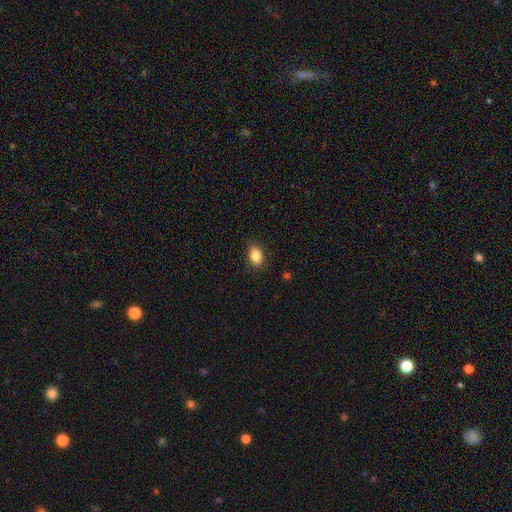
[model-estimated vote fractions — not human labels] Morphology: type=smooth (86%); roundness=in between (76%); merging=none (87%).